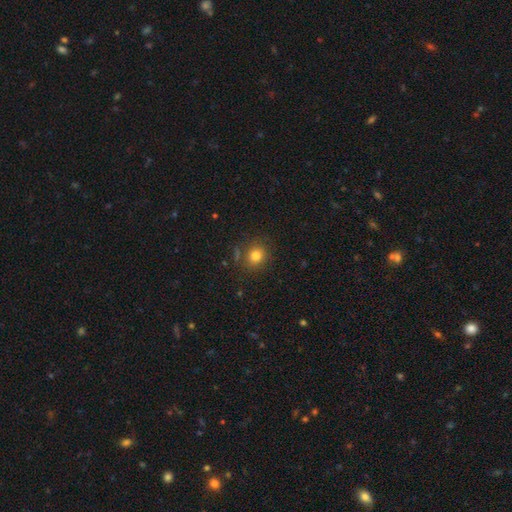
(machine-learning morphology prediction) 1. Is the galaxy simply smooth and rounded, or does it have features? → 80% smooth, 13% star or artifact, 7% featured or disk.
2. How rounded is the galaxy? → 81% round, 18% in between, 1% cigar-shaped.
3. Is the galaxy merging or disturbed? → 82% none, 10% minor disturbance, 4% merger, 3% major disturbance.